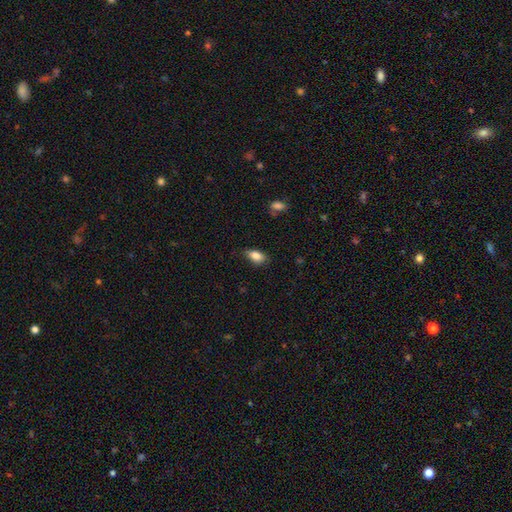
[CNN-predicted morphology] type=smooth (85%); roundness=in between (89%); merging=none (76%).